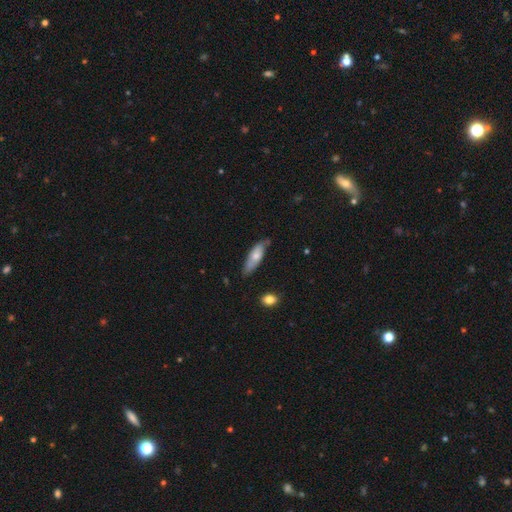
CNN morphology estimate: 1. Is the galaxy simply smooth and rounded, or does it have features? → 62% smooth, 32% featured or disk, 6% star or artifact.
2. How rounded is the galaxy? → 51% in between, 47% cigar-shaped, 2% round.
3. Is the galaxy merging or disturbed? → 65% none, 27% minor disturbance, 5% major disturbance, 2% merger.